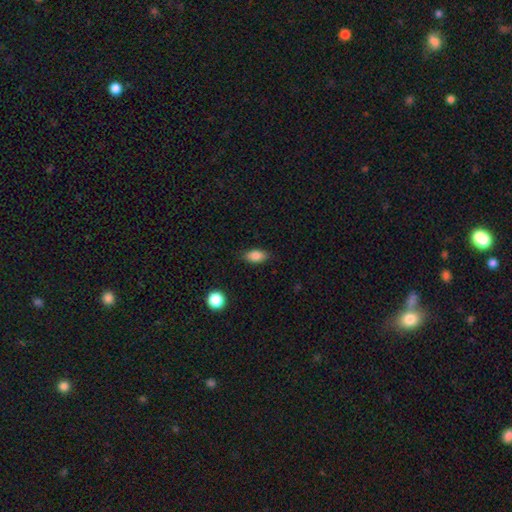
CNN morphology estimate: A smooth galaxy with no disk features (83%) that is in between round and cigar-shaped (87%).

Vote fractions:
- Smooth or featured? smooth: 83% / star or artifact: 9% / featured or disk: 8%
- How rounded? in between: 87% / round: 7% / cigar-shaped: 6%
- Merging? none: 84% / minor disturbance: 12% / major disturbance: 3% / merger: 1%